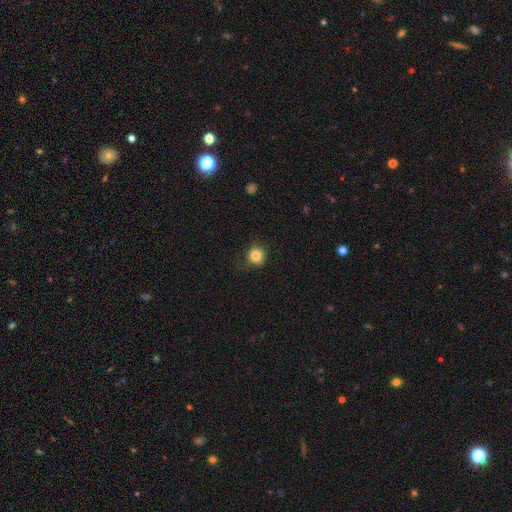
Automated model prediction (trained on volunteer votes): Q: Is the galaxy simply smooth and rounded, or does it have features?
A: smooth — 84%.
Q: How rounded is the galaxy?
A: round — 88%.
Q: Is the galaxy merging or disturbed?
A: none — 75%.